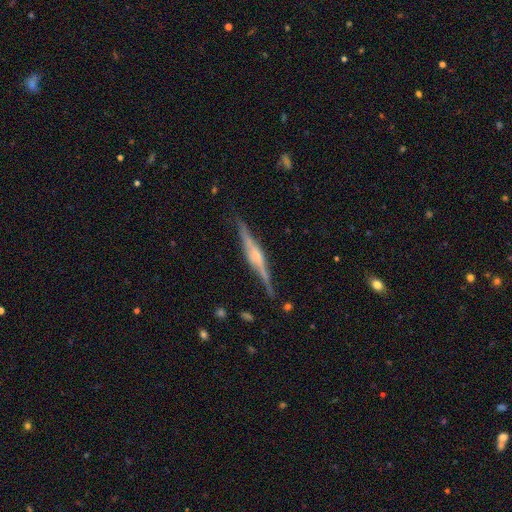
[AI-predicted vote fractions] The model was most divided on "edge-on bulge": rounded: 58%, boxy: 33%, none: 9%. More confident: edge-on disk — yes (98%); merging — none (86%); smooth or featured — featured or disk (82%).